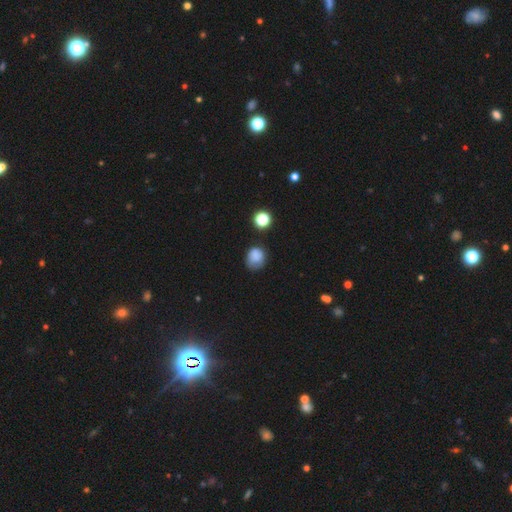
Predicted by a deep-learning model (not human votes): Smooth or featured?
  - smooth: 79% *
  - star or artifact: 12%
  - featured or disk: 9%
How rounded?
  - round: 67% *
  - in between: 33%
  - cigar-shaped: 1%
Merging?
  - none: 58% *
  - minor disturbance: 28%
  - major disturbance: 10%
  - merger: 4%